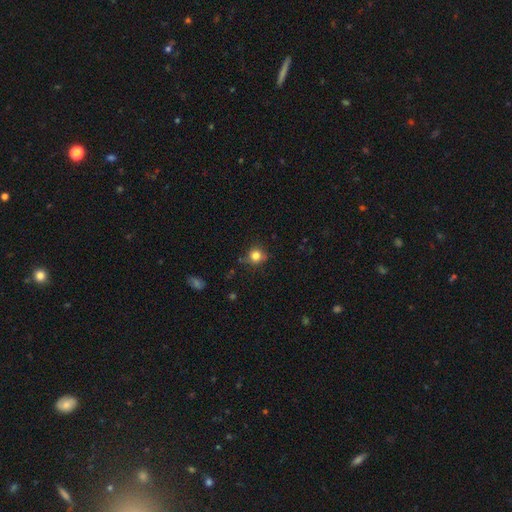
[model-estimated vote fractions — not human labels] Q: Smooth or featured?
A: smooth (80%); runner-up: star or artifact (12%)
Q: How rounded?
A: round (89%); runner-up: in between (10%)
Q: Merging?
A: none (77%); runner-up: minor disturbance (17%)